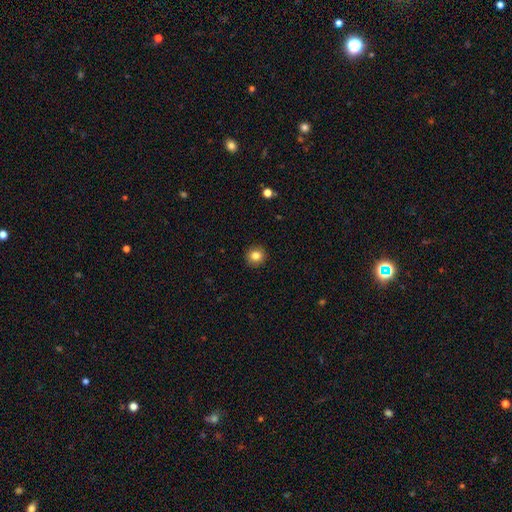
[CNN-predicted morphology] Smooth or featured?
  - smooth: 83% *
  - star or artifact: 11%
  - featured or disk: 7%
How rounded?
  - round: 90% *
  - in between: 9%
  - cigar-shaped: 1%
Merging?
  - none: 92% *
  - minor disturbance: 5%
  - major disturbance: 2%
  - merger: 1%